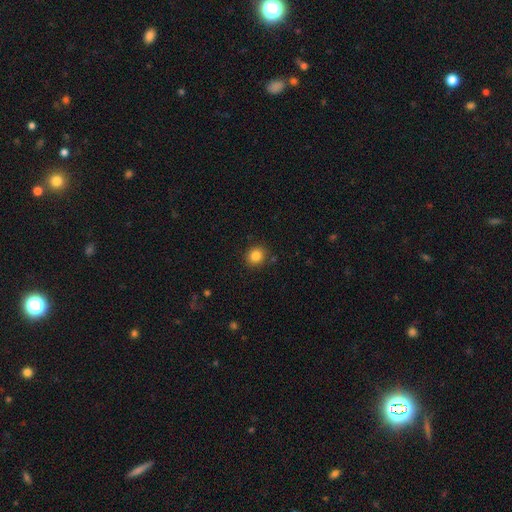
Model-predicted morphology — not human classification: A smooth galaxy with no disk features (84%) that is round (85%).

Vote fractions:
- Smooth or featured? smooth: 84% / star or artifact: 11% / featured or disk: 5%
- How rounded? round: 85% / in between: 14% / cigar-shaped: 1%
- Merging? none: 88% / minor disturbance: 8% / major disturbance: 2% / merger: 2%